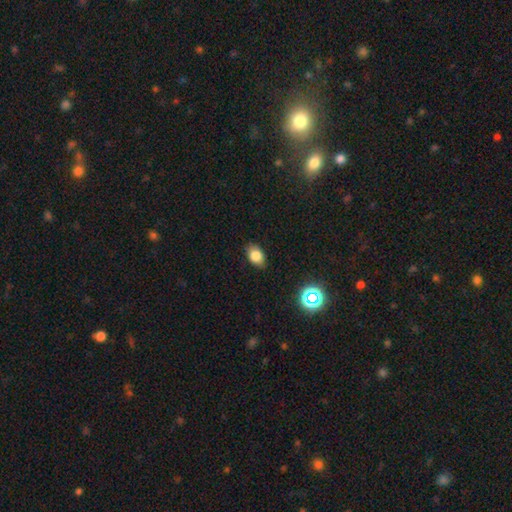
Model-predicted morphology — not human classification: This appears to be a smooth galaxy with no disk features (80%) that is in between round and cigar-shaped (82%). Merging: none (84%).